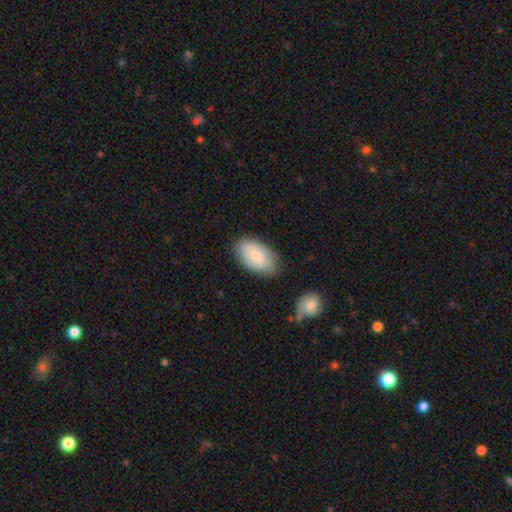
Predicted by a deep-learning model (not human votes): Q: Smooth or featured?
A: smooth (60%); runner-up: featured or disk (34%)
Q: How rounded?
A: in between (92%); runner-up: round (6%)
Q: Merging?
A: none (74%); runner-up: minor disturbance (19%)